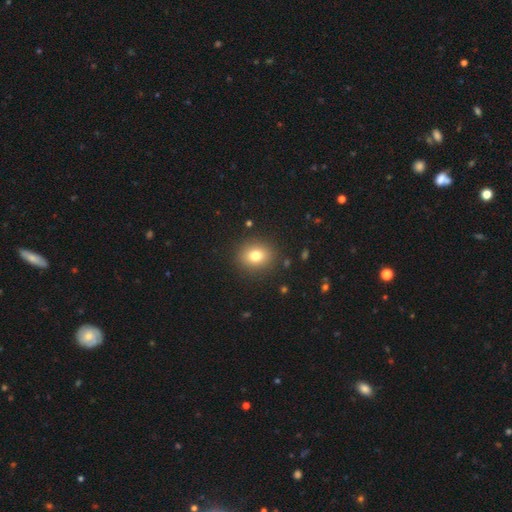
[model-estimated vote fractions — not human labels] Smooth or featured: smooth — 78% (star or artifact — 12%)
How rounded: round — 69% (in between — 30%)
Merging: none — 89% (minor disturbance — 7%)